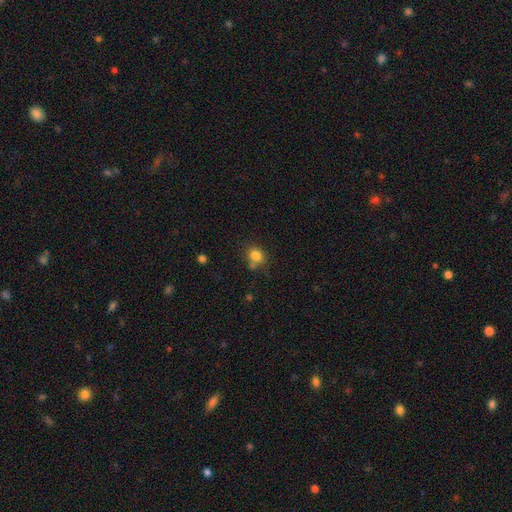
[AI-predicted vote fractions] A smooth galaxy with no disk features (82%) that is round (61%).

Vote fractions:
- Smooth or featured? smooth: 82% / star or artifact: 11% / featured or disk: 7%
- How rounded? round: 61% / in between: 39% / cigar-shaped: 1%
- Merging? none: 64% / minor disturbance: 19% / merger: 12% / major disturbance: 5%